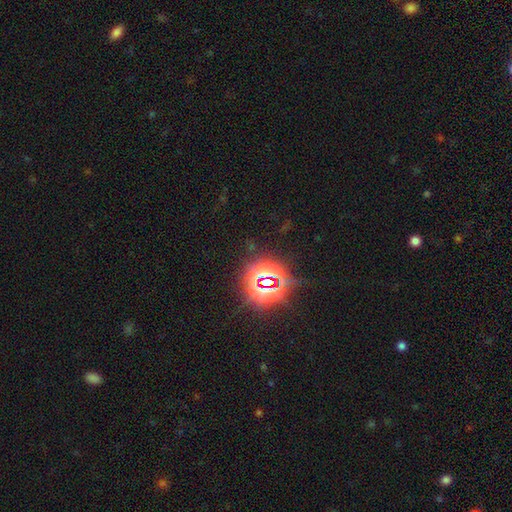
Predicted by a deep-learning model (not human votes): smooth_or_featured: star or artifact (p=0.82) [alt: smooth p=0.12]